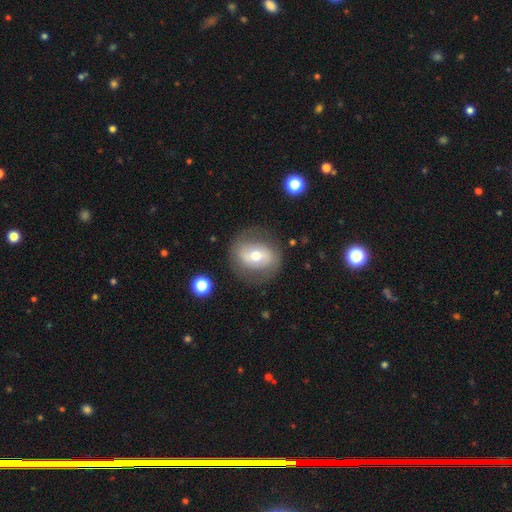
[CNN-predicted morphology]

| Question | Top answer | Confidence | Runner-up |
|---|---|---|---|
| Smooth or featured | featured or disk | 49% | smooth (43%) |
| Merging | none | 77% | minor disturbance (14%) |